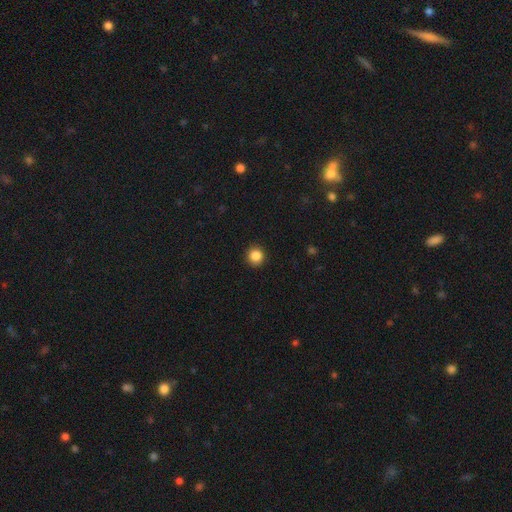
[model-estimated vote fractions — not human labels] The model was most divided on "smooth or featured": smooth: 86%, star or artifact: 10%, featured or disk: 4%. More confident: how rounded — round (94%); merging — none (93%).